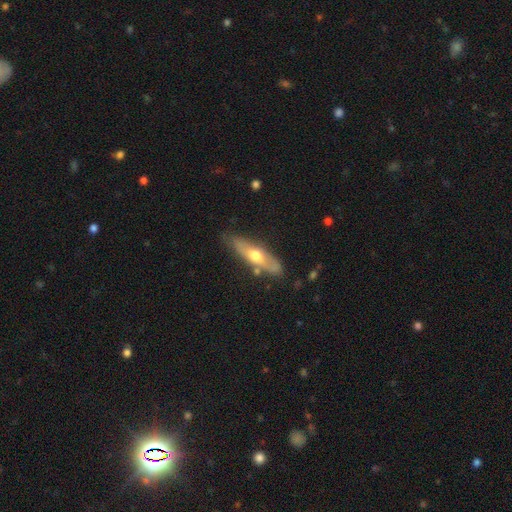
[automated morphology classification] Smooth or featured?
  - featured or disk: 51% *
  - smooth: 44%
  - star or artifact: 5%
Edge-on disk?
  - yes: 61% *
  - no: 39%
Merging?
  - none: 76% *
  - minor disturbance: 17%
  - major disturbance: 4%
  - merger: 3%